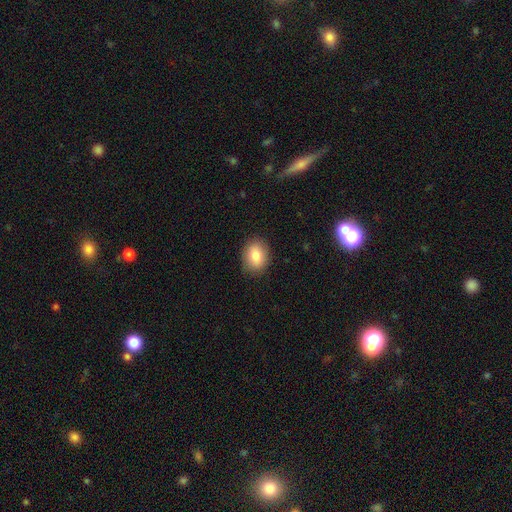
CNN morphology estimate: smooth 83%, featured or disk 9%, star or artifact 8%. Down the decision tree: how rounded — in between (65%); merging — none (86%).